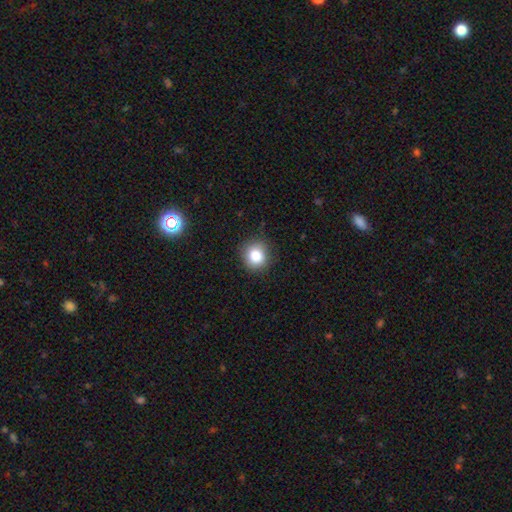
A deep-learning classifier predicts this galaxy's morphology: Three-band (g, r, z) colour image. It shows a smooth galaxy with no disk features (84%) that is round (89%). Merging: none (87%).